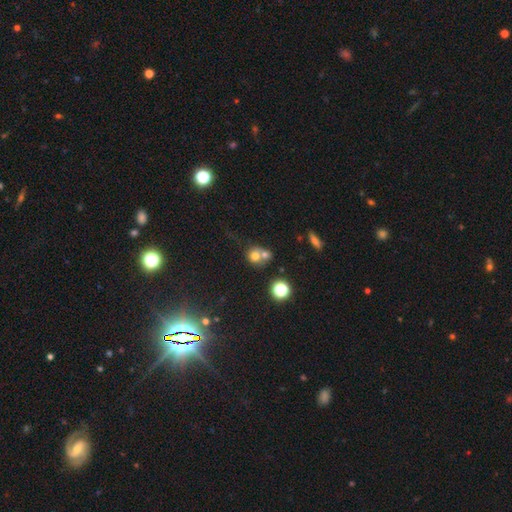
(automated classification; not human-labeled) This is likely a smooth galaxy (69%). How rounded: likely round (78%). Merging: possibly merger (55%).